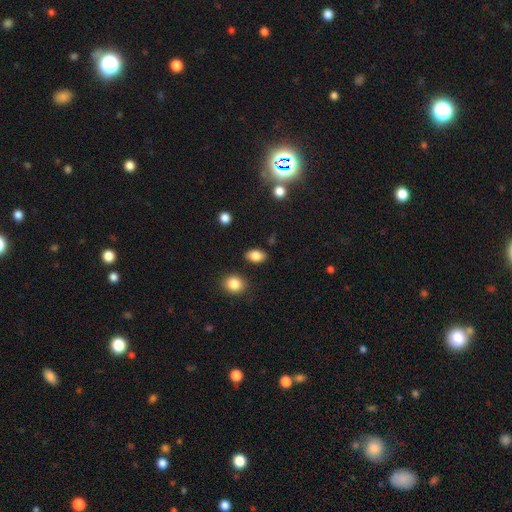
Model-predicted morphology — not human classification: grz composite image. It shows a smooth galaxy with no disk features (85%) that is in between round and cigar-shaped (86%). Merging: none (85%).